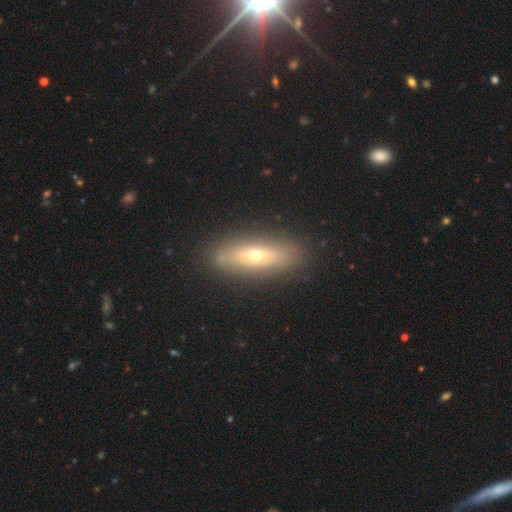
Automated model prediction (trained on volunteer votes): smooth 46%, featured or disk 44%, star or artifact 9%. Down the decision tree: merging — none (86%).